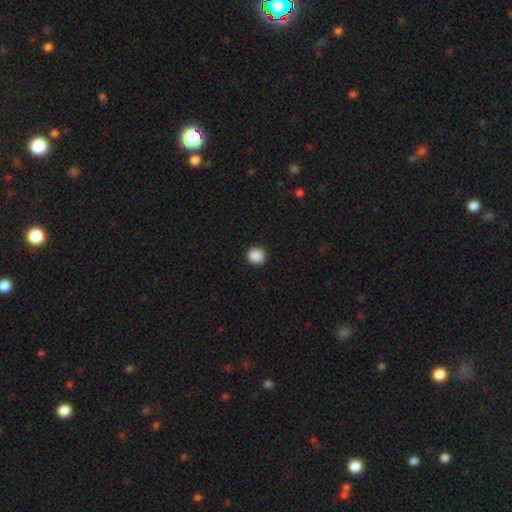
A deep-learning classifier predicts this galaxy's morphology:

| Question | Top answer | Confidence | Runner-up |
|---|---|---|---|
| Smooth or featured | smooth | 89% | star or artifact (9%) |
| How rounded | round | 87% | in between (12%) |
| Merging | none | 90% | minor disturbance (7%) |